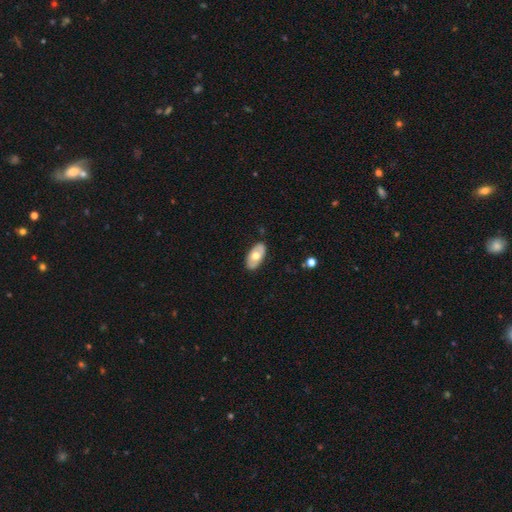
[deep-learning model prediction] This appears to be a smooth galaxy with no disk features (56%) that is in between round and cigar-shaped (93%). Merging: none (85%).